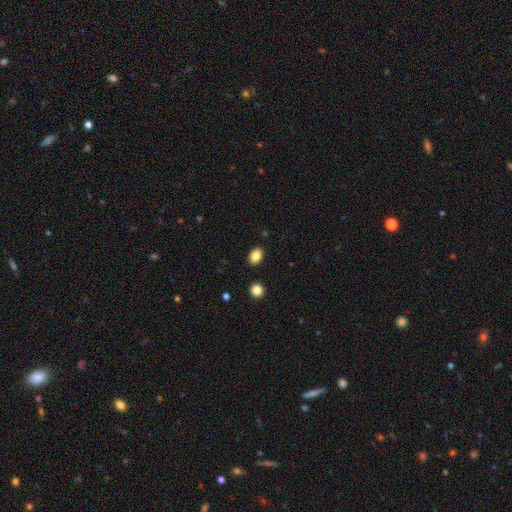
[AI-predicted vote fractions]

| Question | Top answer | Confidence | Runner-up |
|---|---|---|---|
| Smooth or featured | smooth | 86% | star or artifact (9%) |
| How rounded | in between | 80% | round (19%) |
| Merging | none | 88% | minor disturbance (8%) |